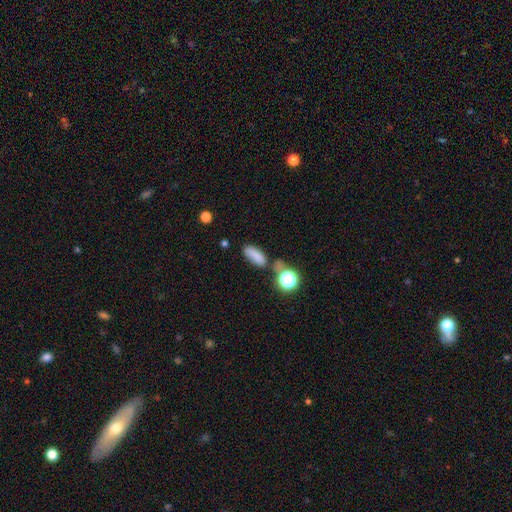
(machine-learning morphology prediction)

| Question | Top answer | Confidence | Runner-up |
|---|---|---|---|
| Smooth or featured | smooth | 77% | star or artifact (14%) |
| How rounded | in between | 67% | cigar-shaped (25%) |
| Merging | none | 56% | minor disturbance (20%) |